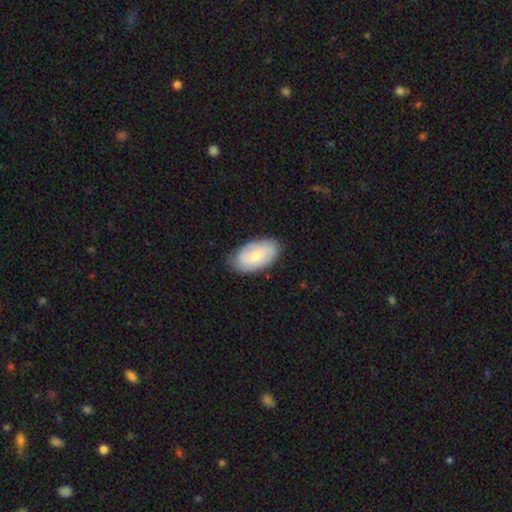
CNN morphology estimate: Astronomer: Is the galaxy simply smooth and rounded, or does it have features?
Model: smooth — 67%.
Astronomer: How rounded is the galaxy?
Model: in between — 94%.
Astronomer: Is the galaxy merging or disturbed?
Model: none — 79%.